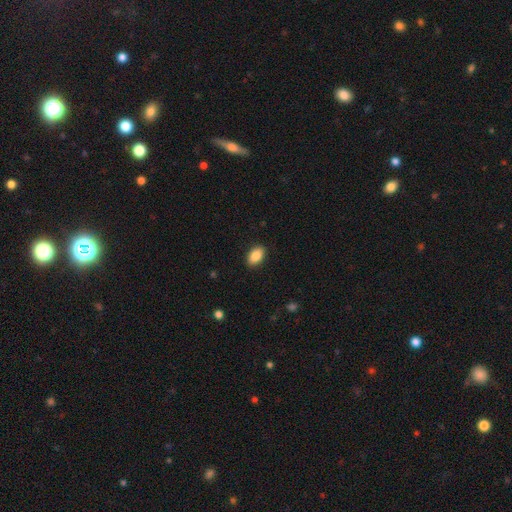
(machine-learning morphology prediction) A smooth galaxy with no disk features (88%) that is in between round and cigar-shaped (91%).

Vote fractions:
- Smooth or featured? smooth: 88% / star or artifact: 7% / featured or disk: 4%
- How rounded? in between: 91% / round: 8% / cigar-shaped: 2%
- Merging? none: 89% / minor disturbance: 8% / major disturbance: 2% / merger: 1%